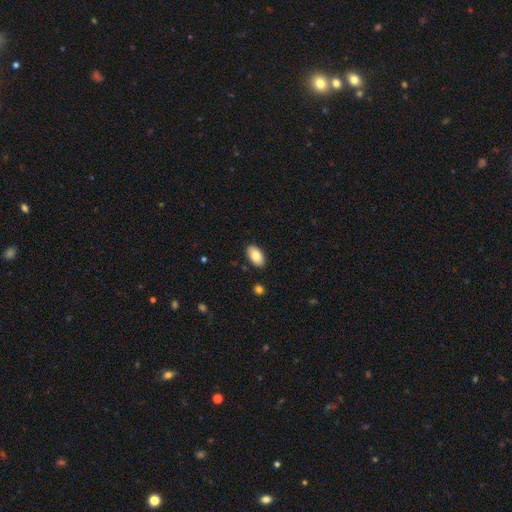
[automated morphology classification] The model was most divided on "smooth or featured": smooth: 83%, featured or disk: 10%, star or artifact: 6%. More confident: how rounded — in between (95%); merging — none (88%).